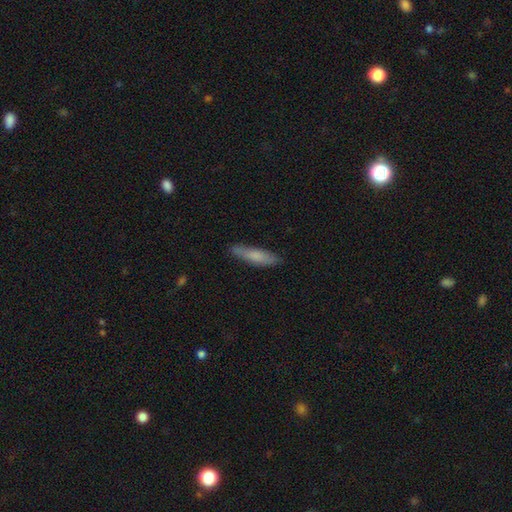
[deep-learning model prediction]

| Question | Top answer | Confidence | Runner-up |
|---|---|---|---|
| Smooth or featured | smooth | 74% | featured or disk (20%) |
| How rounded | cigar-shaped | 79% | in between (19%) |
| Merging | none | 81% | minor disturbance (15%) |